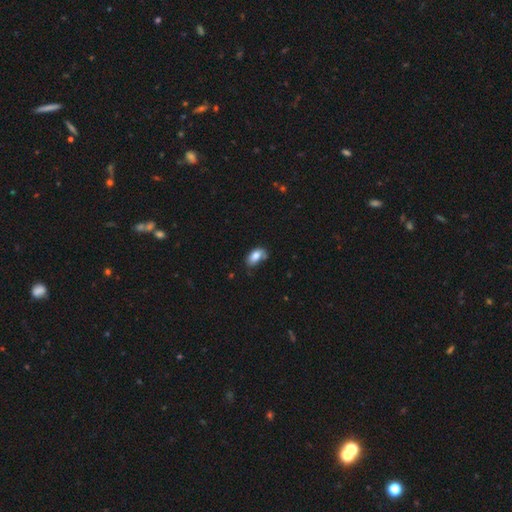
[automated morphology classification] A smooth galaxy with no disk features (81%) that is in between round and cigar-shaped (93%). Merging: none (55%).